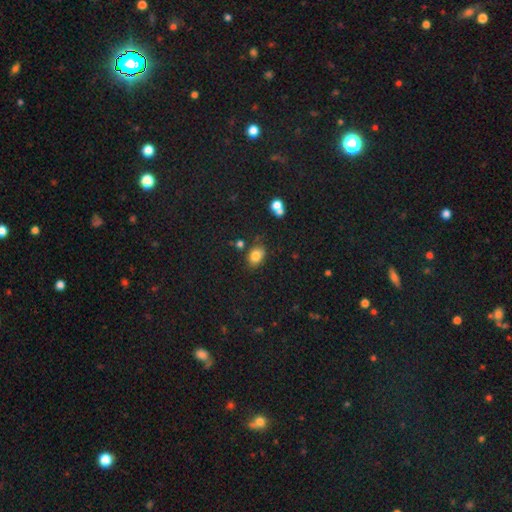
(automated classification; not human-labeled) A smooth galaxy with no disk features (81%) that is in between round and cigar-shaped (71%). Merging: none (72%).